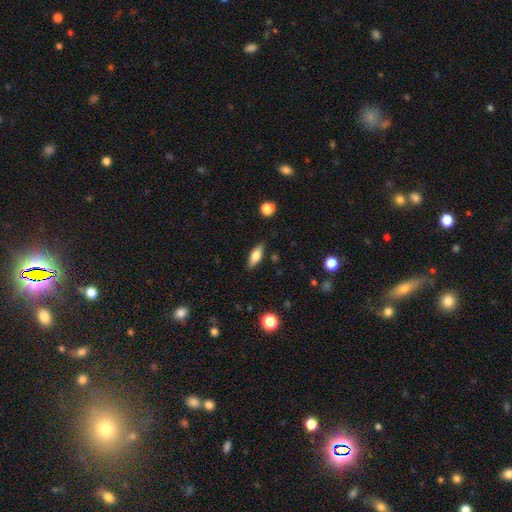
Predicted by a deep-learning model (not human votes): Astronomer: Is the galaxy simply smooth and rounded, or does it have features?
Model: smooth — 64%.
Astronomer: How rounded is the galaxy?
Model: in between — 63%.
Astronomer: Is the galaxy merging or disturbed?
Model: none — 83%.